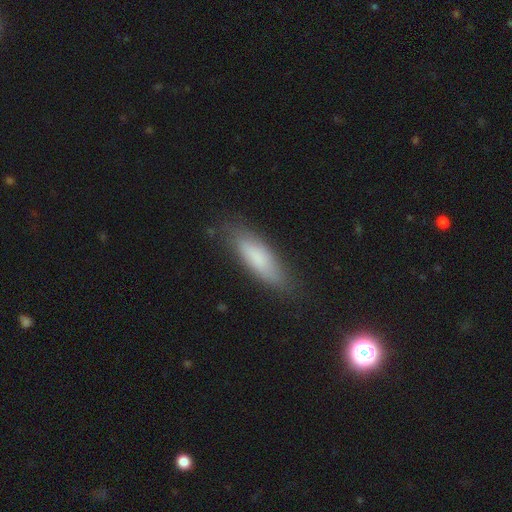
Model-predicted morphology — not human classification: This appears to be a smooth galaxy with no disk features (67%) that is cigar-shaped (58%). Merging: none (78%).